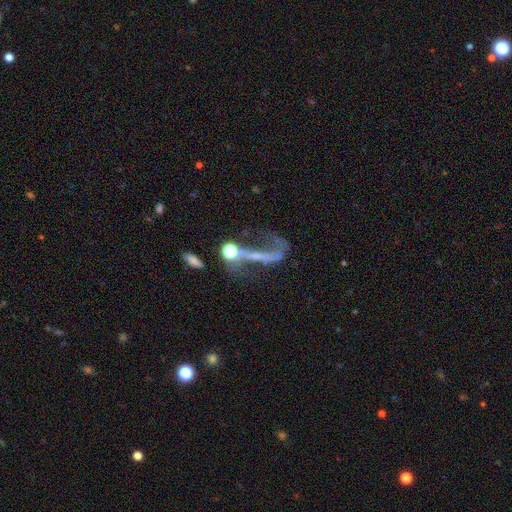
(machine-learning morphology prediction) A featured or disk galaxy (62%) with no bar (54%), spiral arms (51%) and no central bulge (51%).

Vote fractions:
- Smooth or featured? featured or disk: 62% / star or artifact: 19% / smooth: 19%
- Edge-on disk? no: 84% / yes: 16%
- Bar? no: 54% / strong: 24% / weak: 22%
- Spiral arms? yes: 51% / no: 49%
- Bulge size? none: 51% / small: 32% / moderate: 12% / large: 3% / dominant: 2%
- Merging? major disturbance: 42% / none: 26% / merger: 20% / minor disturbance: 12%